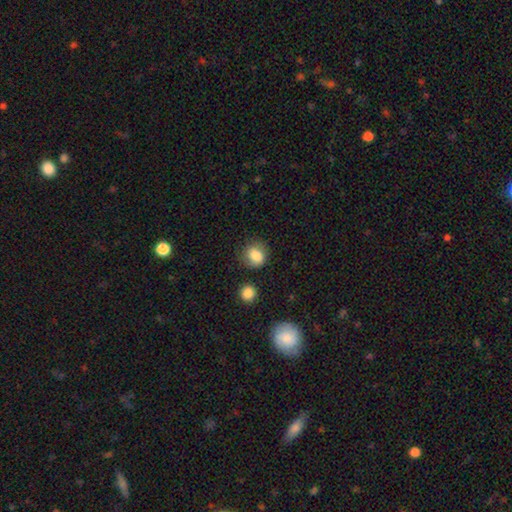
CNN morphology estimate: smooth_or_featured: smooth (p=0.82) [alt: star or artifact p=0.09]
how_rounded: round (p=0.72) [alt: in between p=0.27]
merging: none (p=0.74) [alt: minor disturbance p=0.17]